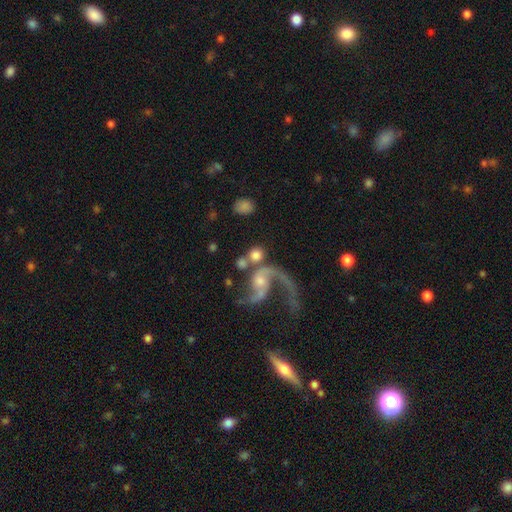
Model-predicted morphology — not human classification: A smooth galaxy with no disk features (47%). Merging: none (38%).